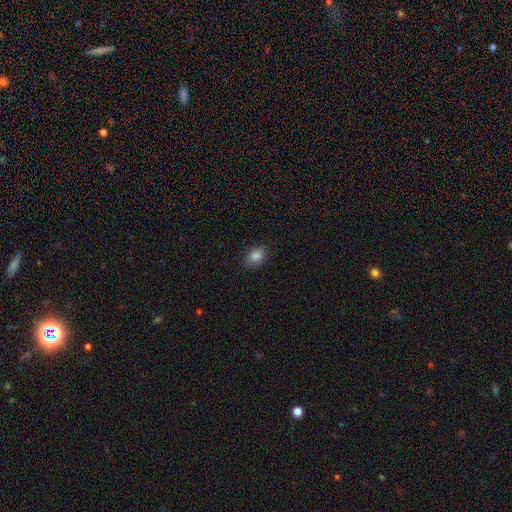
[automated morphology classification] Smooth or featured? Predicted: smooth (p=0.85). How rounded? Predicted: in between (p=0.77). Merging? Predicted: none (p=0.83).